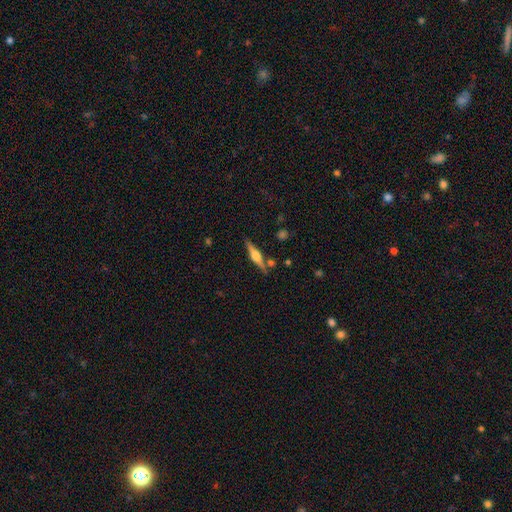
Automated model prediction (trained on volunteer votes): Overall: featured or disk (68%). Edge-on disk: yes (97%). Edge-on bulge: rounded (89%). Merging: none (82%).